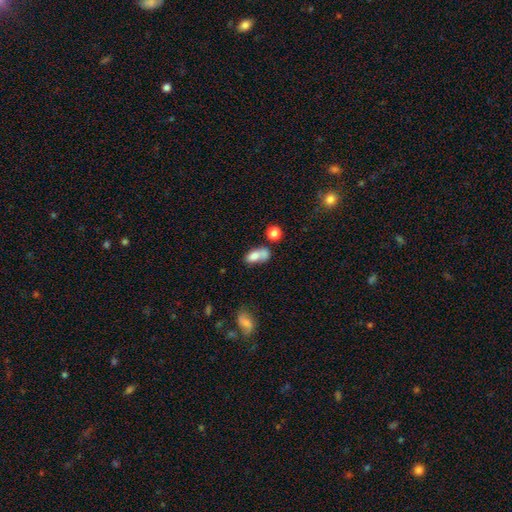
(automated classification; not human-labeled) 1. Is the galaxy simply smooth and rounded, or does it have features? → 72% smooth, 18% featured or disk, 10% star or artifact.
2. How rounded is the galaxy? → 81% in between, 13% round, 6% cigar-shaped.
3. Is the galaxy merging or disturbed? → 44% merger, 26% none, 18% minor disturbance, 13% major disturbance.